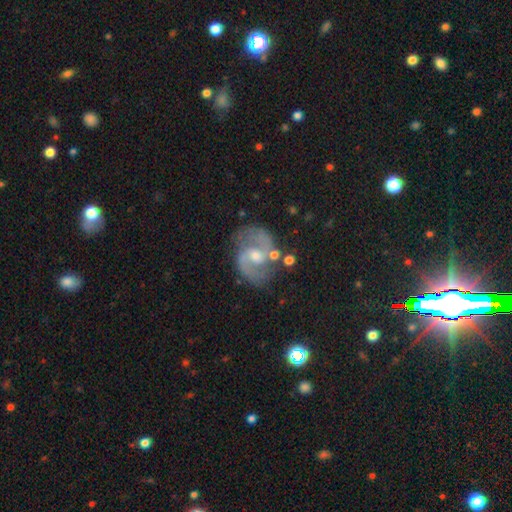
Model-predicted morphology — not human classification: A featured or disk galaxy (85%) with a weak bar (48%), 2 (90%) medium (59%) spiral arms (95%) and a moderate central bulge (60%).

Vote fractions:
- Smooth or featured? featured or disk: 85% / smooth: 8% / star or artifact: 7%
- Edge-on disk? no: 98% / yes: 2%
- Bar? weak: 48% / no: 41% / strong: 11%
- Spiral arms? yes: 95% / no: 5%
- Spiral winding? medium: 59% / tight: 21% / loose: 20%
- Spiral arm count? 2: 90% / can't tell: 4% / 1: 2% / 3: 2% / 4: 1% / more than 4: 1%
- Bulge size? moderate: 60% / small: 33% / large: 3% / none: 2% / dominant: 1%
- Merging? none: 73% / minor disturbance: 17% / major disturbance: 6% / merger: 4%